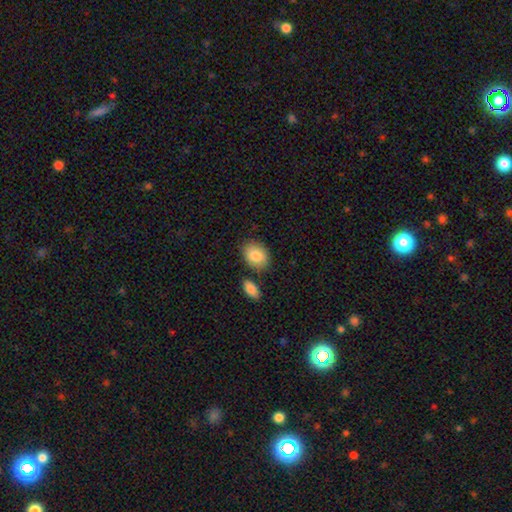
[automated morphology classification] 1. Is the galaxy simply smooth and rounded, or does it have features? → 85% smooth, 8% featured or disk, 7% star or artifact.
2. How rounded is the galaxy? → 70% in between, 28% round, 1% cigar-shaped.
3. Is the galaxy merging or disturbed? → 74% none, 14% minor disturbance, 9% merger, 3% major disturbance.